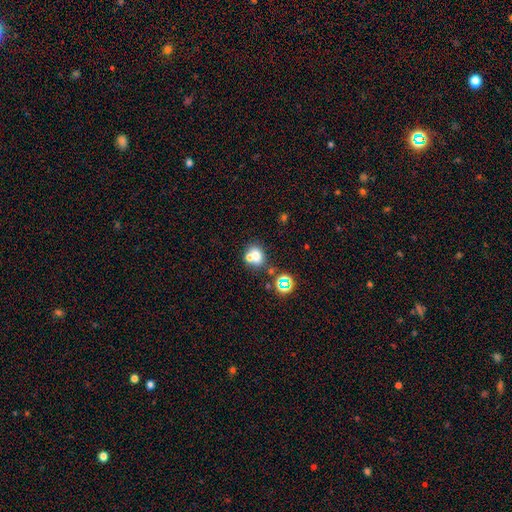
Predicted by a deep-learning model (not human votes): Morphology: type=smooth (68%); roundness=round (55%); merging=none (45%).